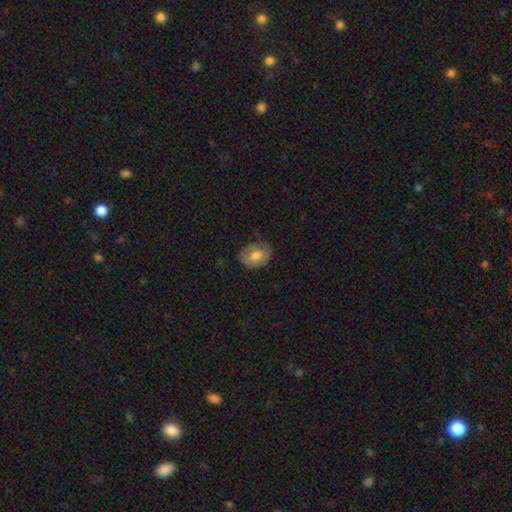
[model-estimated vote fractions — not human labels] Overall: smooth (73%). How rounded: in between (59%; round 40%). Merging: none (72%).